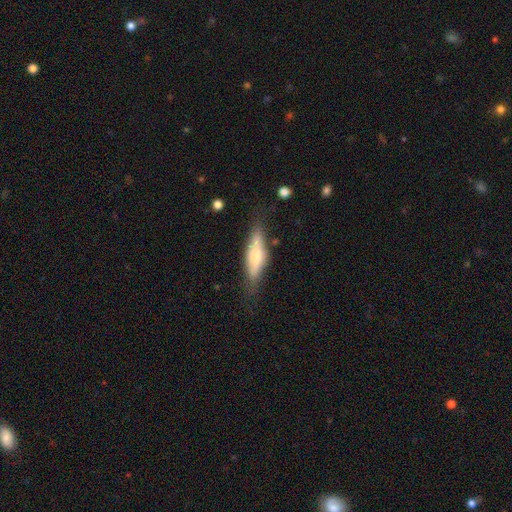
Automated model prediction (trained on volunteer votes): smooth_or_featured: smooth (p=0.59) [alt: featured or disk p=0.35]
how_rounded: cigar-shaped (p=0.53) [alt: in between p=0.45]
merging: none (p=0.68) [alt: minor disturbance p=0.22]